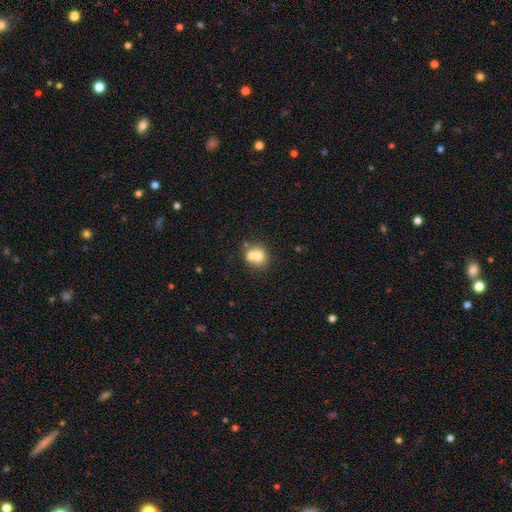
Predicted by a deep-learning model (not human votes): Q: Smooth or featured?
A: smooth (67%); runner-up: featured or disk (23%)
Q: How rounded?
A: round (75%); runner-up: in between (24%)
Q: Merging?
A: merger (51%); runner-up: none (37%)